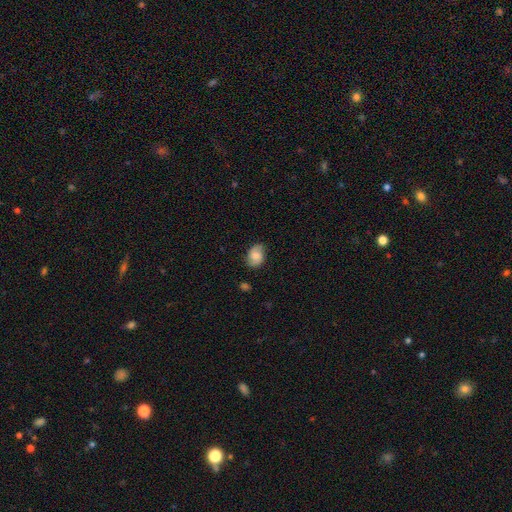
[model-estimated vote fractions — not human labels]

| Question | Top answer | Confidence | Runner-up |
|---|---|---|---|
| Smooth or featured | smooth | 69% | featured or disk (23%) |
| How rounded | in between | 72% | round (26%) |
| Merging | none | 73% | minor disturbance (21%) |